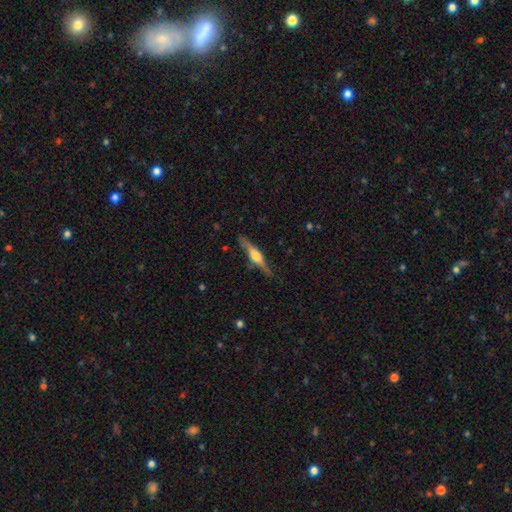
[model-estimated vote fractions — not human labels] Smooth or featured: featured or disk — 70% (smooth — 24%)
Edge-on disk: yes — 97% (no — 3%)
Edge-on bulge: rounded — 86% (boxy — 10%)
Merging: none — 84% (minor disturbance — 12%)